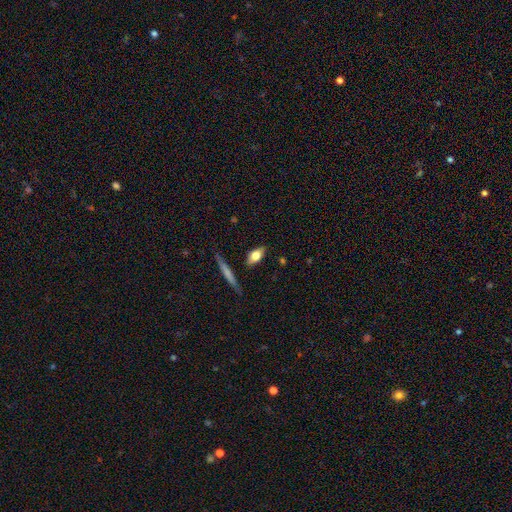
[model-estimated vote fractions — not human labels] Smooth or featured: smooth — 68% (featured or disk — 25%)
How rounded: in between — 75% (cigar-shaped — 18%)
Merging: none — 80% (minor disturbance — 14%)